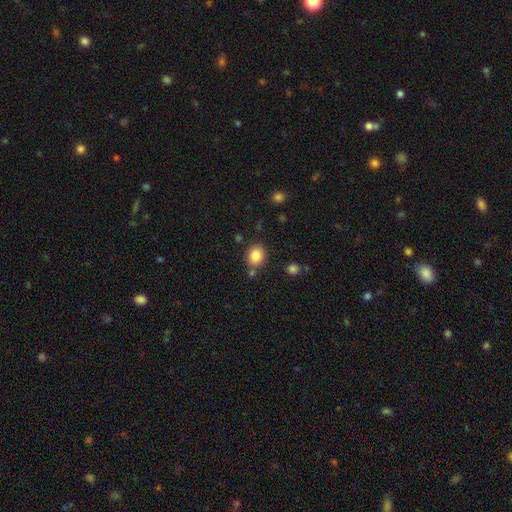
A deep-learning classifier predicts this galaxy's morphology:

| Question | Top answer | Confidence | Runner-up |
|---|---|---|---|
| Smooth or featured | smooth | 85% | star or artifact (10%) |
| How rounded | round | 72% | in between (27%) |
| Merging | none | 78% | minor disturbance (10%) |